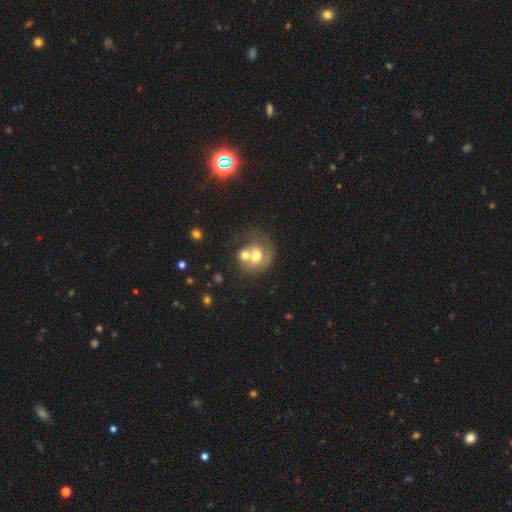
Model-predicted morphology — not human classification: A smooth galaxy with no disk features (52%) that is round (63%). Merging: merger (54%).